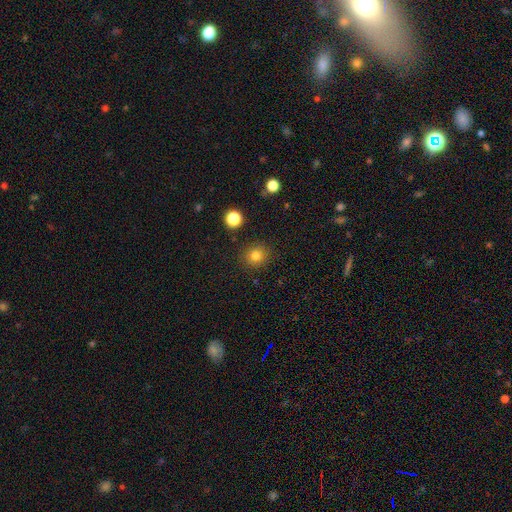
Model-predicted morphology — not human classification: This is clearly a smooth galaxy (81%). How rounded: clearly round (87%). Merging: clearly none (89%).